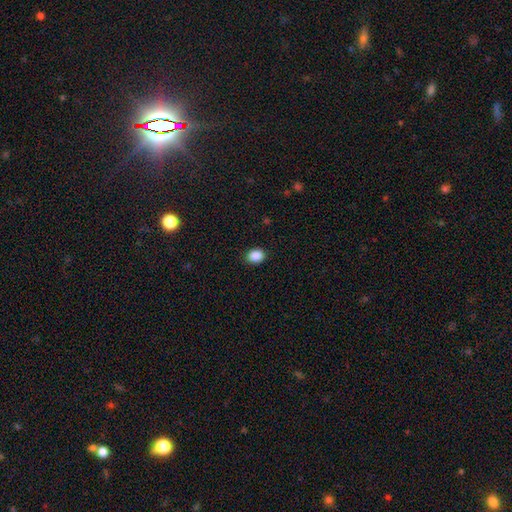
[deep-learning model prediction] Morphology: type=smooth (88%); roundness=in between (50%); merging=none (89%).